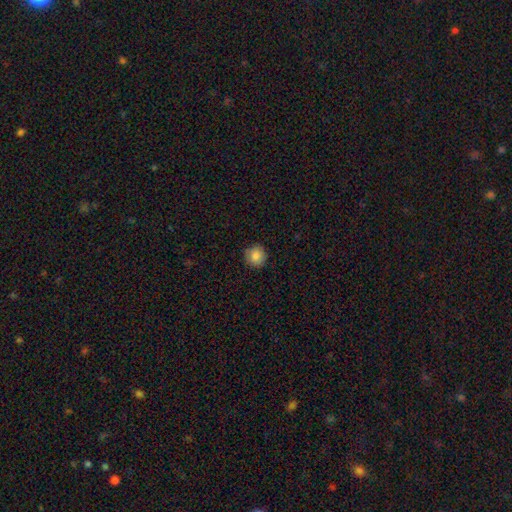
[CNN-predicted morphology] This is clearly a smooth galaxy (85%). How rounded: clearly round (93%). Merging: clearly none (87%).